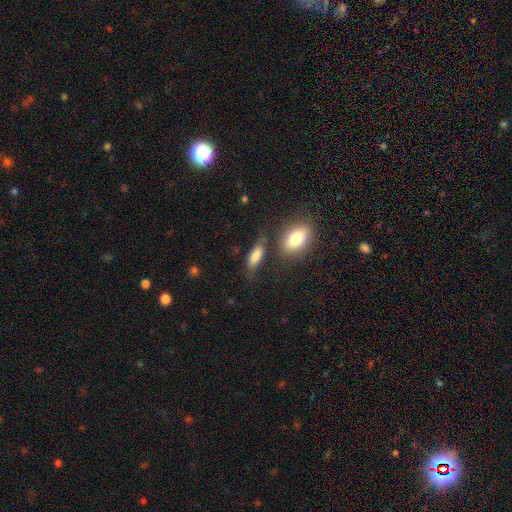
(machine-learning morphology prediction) This appears to be a smooth galaxy with no disk features (80%) that is in between round and cigar-shaped (78%). Merging: none (59%).